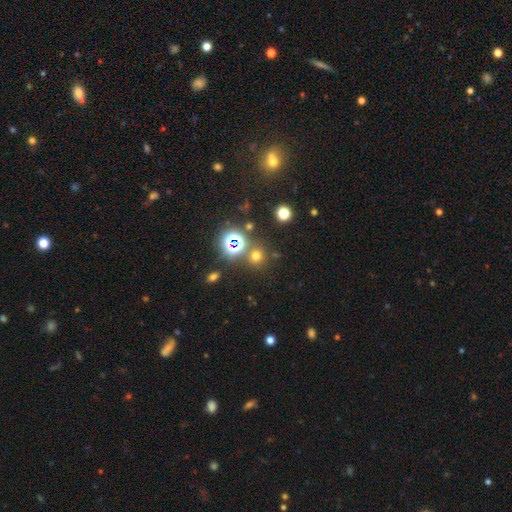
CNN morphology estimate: type=smooth (58%); roundness=round (90%); merging=none (80%).